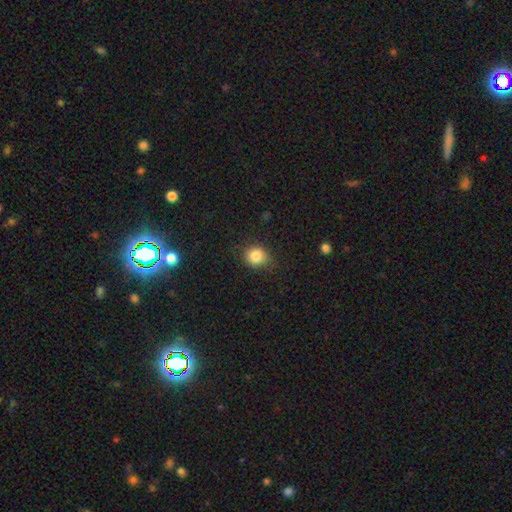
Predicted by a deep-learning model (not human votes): A smooth galaxy with no disk features (83%) that is round (78%). Merging: none (77%).